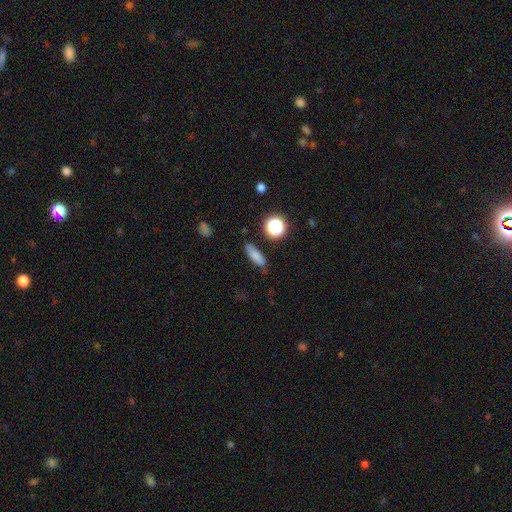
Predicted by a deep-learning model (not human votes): Overall: smooth (78%). How rounded: cigar-shaped (46%; in between 45%). Merging: none (80%).